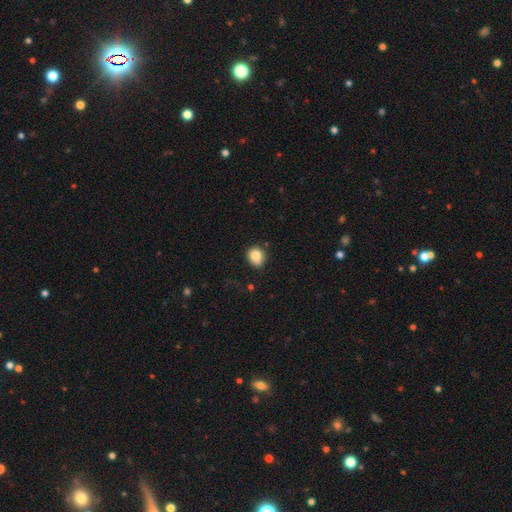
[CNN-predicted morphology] Smooth or featured? Predicted: smooth (p=0.84). How rounded? Predicted: round (p=0.64). Merging? Predicted: none (p=0.74).